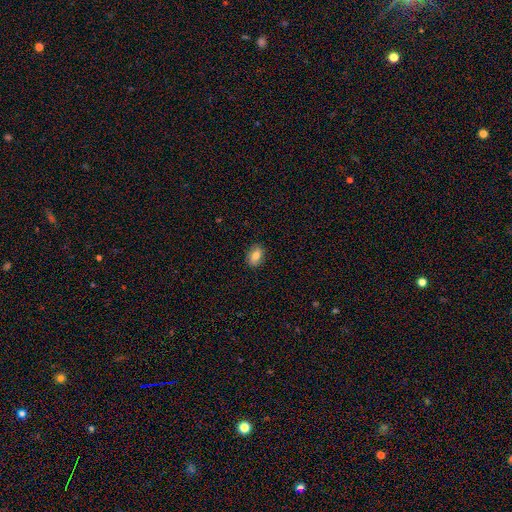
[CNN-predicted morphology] This is likely a smooth galaxy (80%). How rounded: clearly in between (80%). Merging: clearly none (85%).